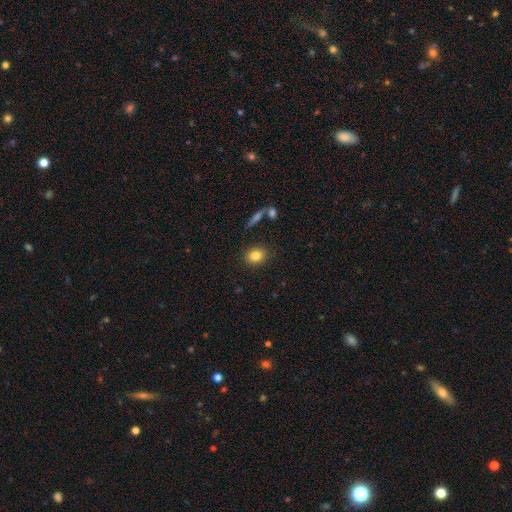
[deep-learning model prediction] smooth-or-featured: smooth: 83% | star or artifact: 10% | featured or disk: 8%
  how-rounded: round: 54% | in between: 44% | cigar-shaped: 2%
  merging: none: 86% | minor disturbance: 9% | major disturbance: 3% | merger: 3%